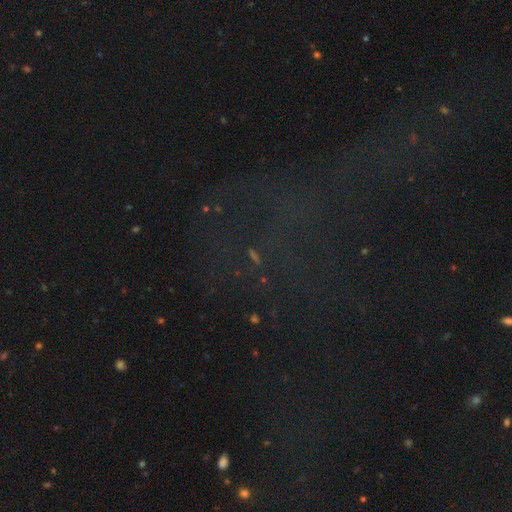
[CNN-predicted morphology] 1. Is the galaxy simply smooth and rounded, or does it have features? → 67% star or artifact, 17% smooth, 16% featured or disk.